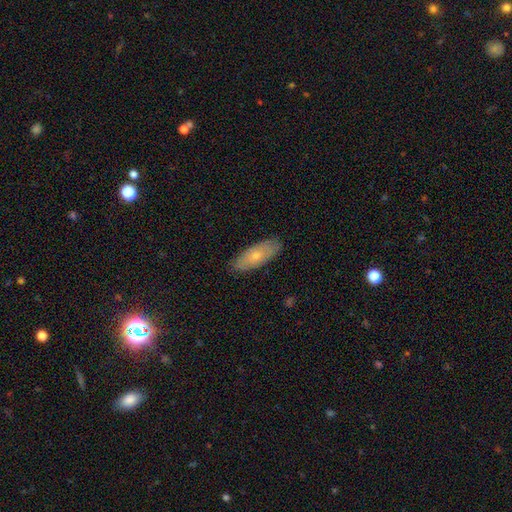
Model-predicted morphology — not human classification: Smooth or featured? Predicted: smooth (p=0.61). How rounded? Predicted: in between (p=0.76). Merging? Predicted: none (p=0.85).